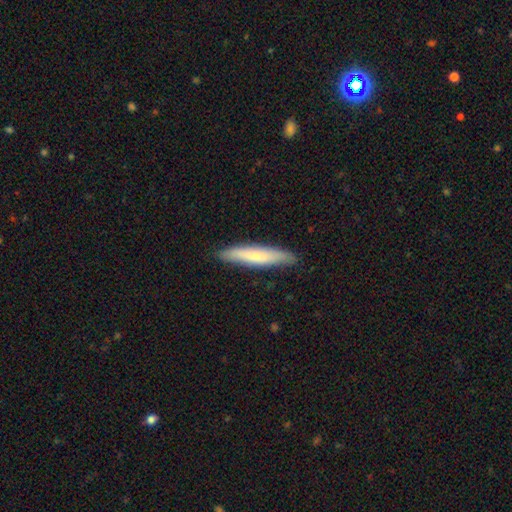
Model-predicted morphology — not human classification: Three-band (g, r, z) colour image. It shows a smooth galaxy with no disk features (64%) that is cigar-shaped (88%). Merging: none (87%).